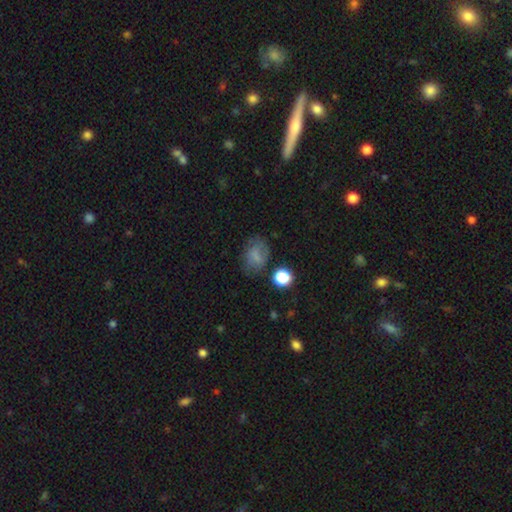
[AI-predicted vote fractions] smooth-or-featured: smooth: 65% | featured or disk: 20% | star or artifact: 15%
  how-rounded: in between: 64% | round: 34% | cigar-shaped: 1%
  merging: none: 62% | minor disturbance: 23% | major disturbance: 11% | merger: 4%